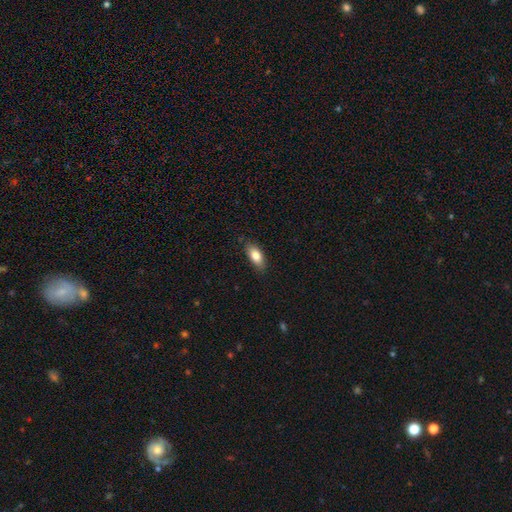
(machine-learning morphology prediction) smooth_or_featured: smooth (p=0.83) [alt: featured or disk p=0.10]
how_rounded: in between (p=0.86) [alt: cigar-shaped p=0.10]
merging: none (p=0.82) [alt: minor disturbance p=0.14]